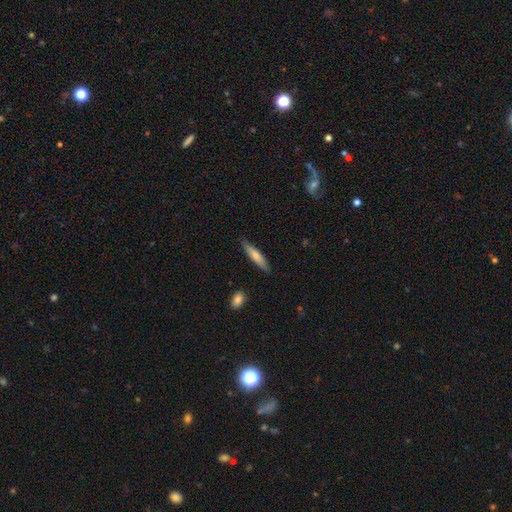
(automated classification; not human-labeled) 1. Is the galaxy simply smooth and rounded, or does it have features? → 70% smooth, 24% featured or disk, 6% star or artifact.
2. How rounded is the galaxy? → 86% cigar-shaped, 13% in between, 1% round.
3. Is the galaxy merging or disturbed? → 86% none, 11% minor disturbance, 2% major disturbance, 2% merger.